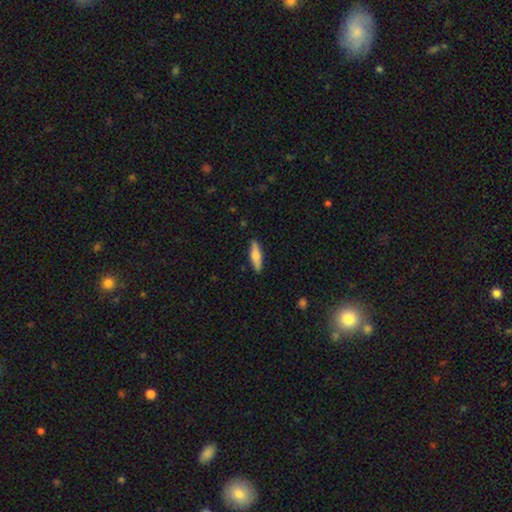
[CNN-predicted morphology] Smooth or featured? smooth (63%)
How rounded? cigar-shaped (68%)
Merging? none (88%)